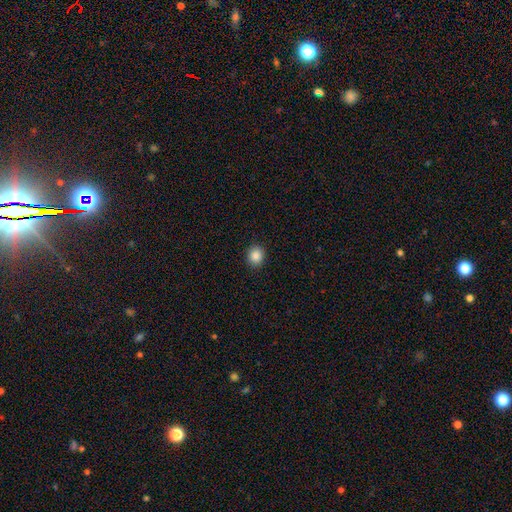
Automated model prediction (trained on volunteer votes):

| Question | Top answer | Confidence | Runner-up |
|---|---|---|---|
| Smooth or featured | smooth | 87% | star or artifact (10%) |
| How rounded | round | 79% | in between (20%) |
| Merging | none | 91% | minor disturbance (6%) |